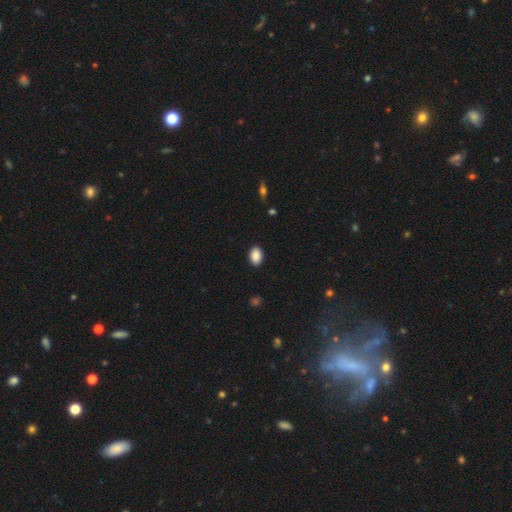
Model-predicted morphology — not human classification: The model was most divided on "how rounded": in between: 86%, round: 13%, cigar-shaped: 1%. More confident: smooth or featured — smooth (89%); merging — none (89%).